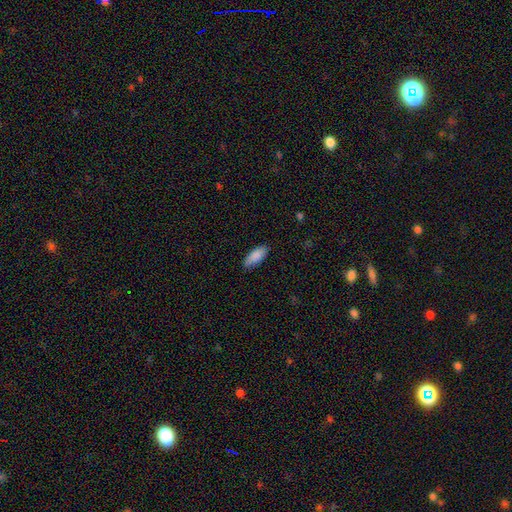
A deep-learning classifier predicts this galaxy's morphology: The model was most divided on "how rounded": in between: 80%, cigar-shaped: 18%, round: 2%. More confident: smooth or featured — smooth (87%); merging — none (81%).